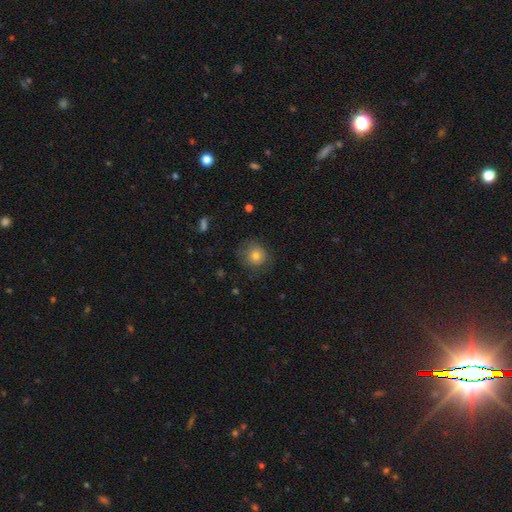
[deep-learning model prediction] A smooth galaxy with no disk features (76%) that is round (87%).

Vote fractions:
- Smooth or featured? smooth: 76% / featured or disk: 14% / star or artifact: 10%
- How rounded? round: 87% / in between: 12% / cigar-shaped: 1%
- Merging? none: 73% / minor disturbance: 18% / major disturbance: 8% / merger: 1%